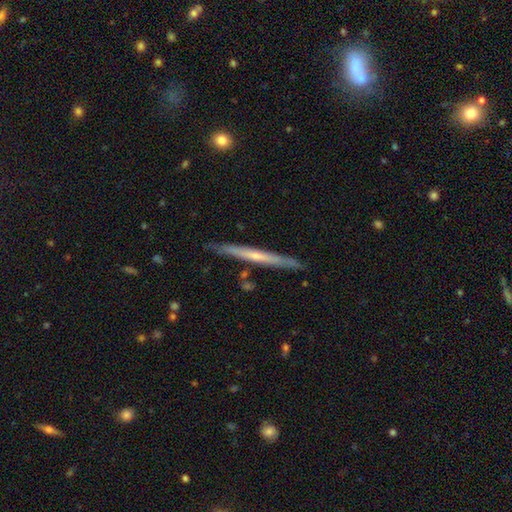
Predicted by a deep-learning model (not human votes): smooth_or_featured: featured or disk (p=0.59) [alt: smooth p=0.36]
disk_edge_on: yes (p=0.96) [alt: no p=0.04]
edge_on_bulge: none (p=0.67) [alt: rounded p=0.29]
merging: none (p=0.87) [alt: minor disturbance p=0.10]